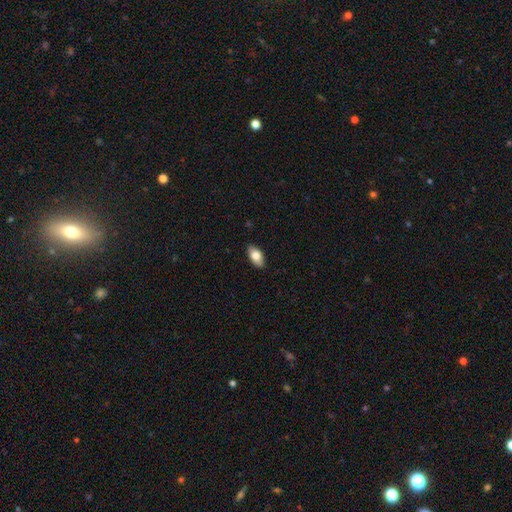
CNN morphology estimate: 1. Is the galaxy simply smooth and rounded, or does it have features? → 79% smooth, 15% featured or disk, 7% star or artifact.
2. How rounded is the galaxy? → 92% in between, 4% cigar-shaped, 3% round.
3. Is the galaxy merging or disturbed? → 88% none, 10% minor disturbance, 2% major disturbance, 1% merger.